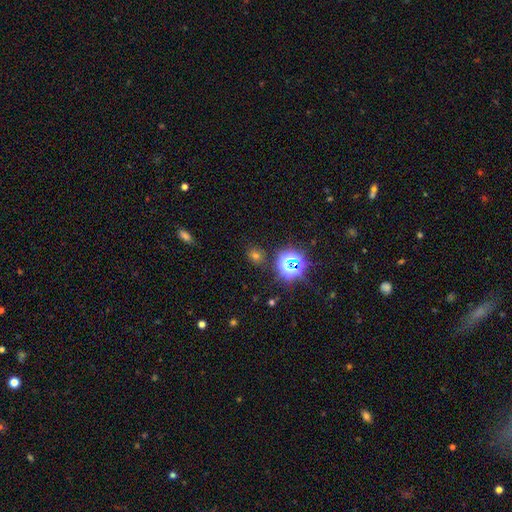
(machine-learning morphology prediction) Q: Smooth or featured?
A: smooth (53%); runner-up: star or artifact (39%)
Q: How rounded?
A: round (62%); runner-up: in between (36%)
Q: Merging?
A: none (83%); runner-up: minor disturbance (10%)